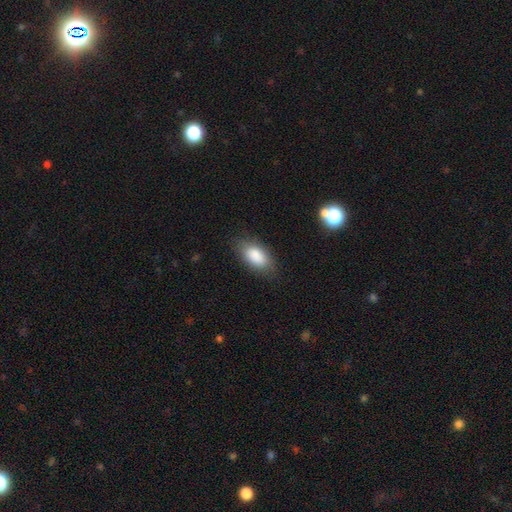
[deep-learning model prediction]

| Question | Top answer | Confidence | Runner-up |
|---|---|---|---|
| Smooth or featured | smooth | 87% | star or artifact (7%) |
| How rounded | in between | 92% | round (4%) |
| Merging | none | 81% | minor disturbance (14%) |